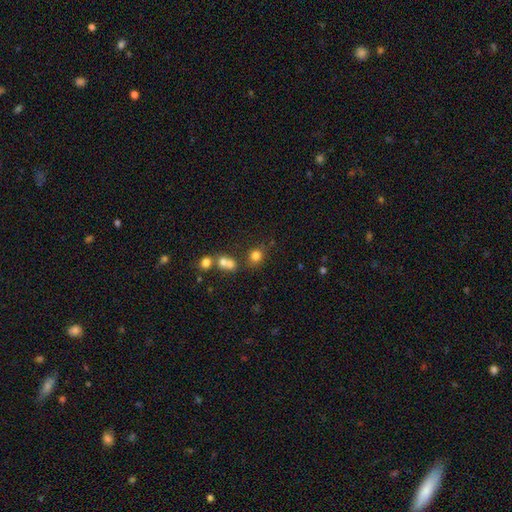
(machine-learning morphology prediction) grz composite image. It shows a smooth galaxy with no disk features (77%) that is round (78%). Merging: none (68%).